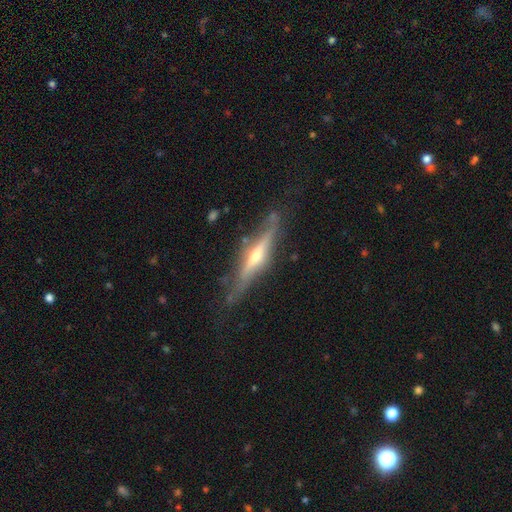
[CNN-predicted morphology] smooth-or-featured: featured or disk: 79% | smooth: 16% | star or artifact: 6%
  disk-edge-on: yes: 95% | no: 5%
    edge-on-bulge: rounded: 84% | none: 8% | boxy: 8%
  merging: none: 74% | minor disturbance: 19% | major disturbance: 5% | merger: 2%